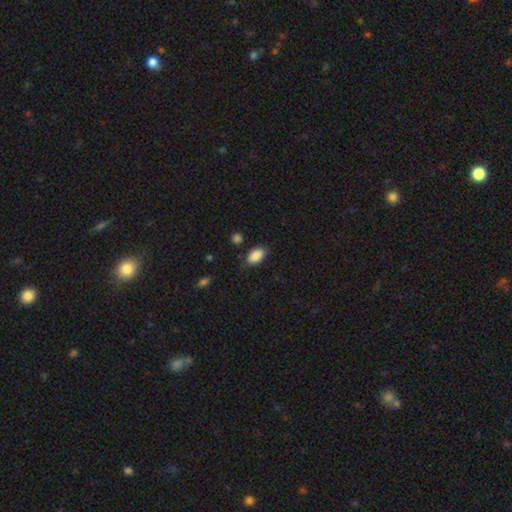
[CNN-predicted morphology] Smooth or featured? smooth (89%)
How rounded? in between (92%)
Merging? none (81%)